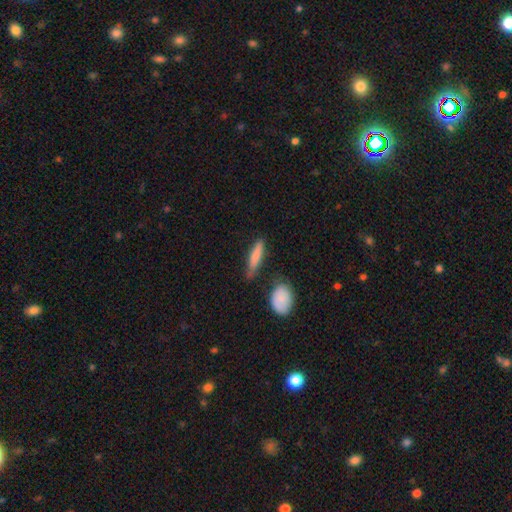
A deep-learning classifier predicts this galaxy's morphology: The model was most divided on "merging": none: 63%, minor disturbance: 24%, merger: 7%, major disturbance: 6%. More confident: how rounded — cigar-shaped (77%); smooth or featured — smooth (75%).